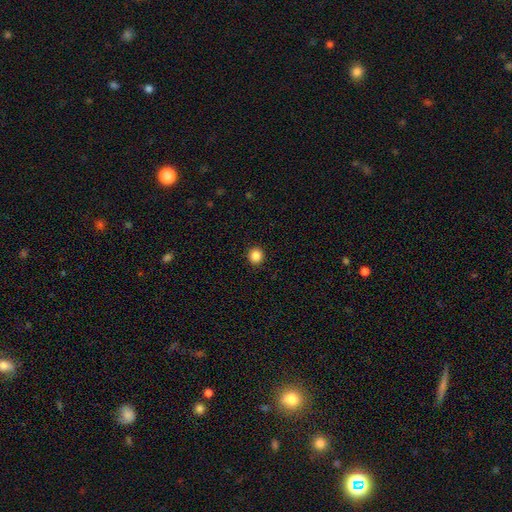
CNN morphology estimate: smooth-or-featured: smooth: 86% | star or artifact: 11% | featured or disk: 3%
  how-rounded: round: 90% | in between: 9% | cigar-shaped: 1%
  merging: none: 92% | minor disturbance: 5% | major disturbance: 2% | merger: 1%